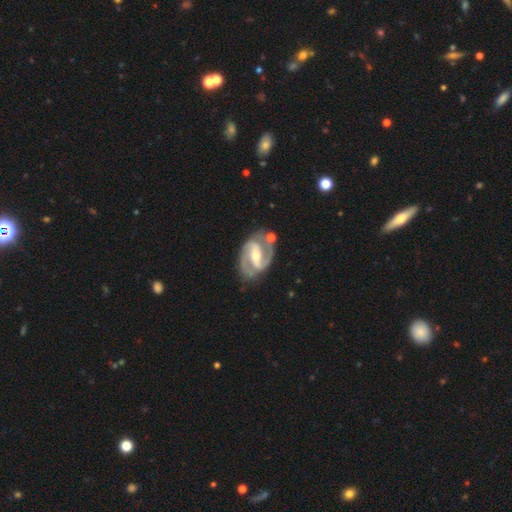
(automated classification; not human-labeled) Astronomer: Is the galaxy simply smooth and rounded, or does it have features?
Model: featured or disk — 92%.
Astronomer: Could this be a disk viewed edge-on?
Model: no — 97%.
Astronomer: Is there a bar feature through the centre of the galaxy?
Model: strong — 55% (runner-up: weak, 33%).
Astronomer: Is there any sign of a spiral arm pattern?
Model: yes — 98%.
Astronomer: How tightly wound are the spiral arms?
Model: medium — 59%.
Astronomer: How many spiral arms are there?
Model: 2 — 92%.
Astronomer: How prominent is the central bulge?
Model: moderate — 55% (runner-up: small, 40%).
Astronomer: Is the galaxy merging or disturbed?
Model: none — 74%.